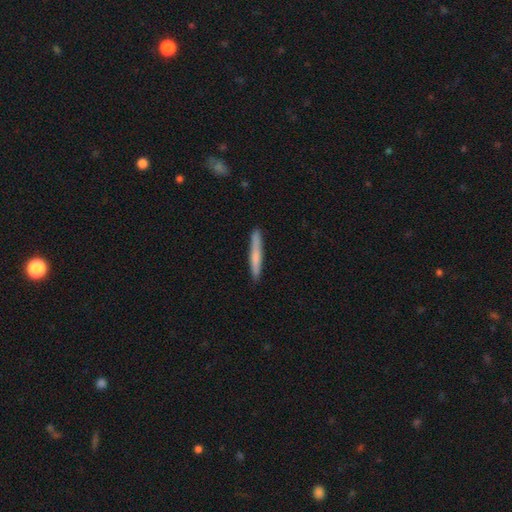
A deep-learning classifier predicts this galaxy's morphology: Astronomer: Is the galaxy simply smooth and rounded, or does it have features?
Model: smooth — 70%.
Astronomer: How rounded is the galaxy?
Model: cigar-shaped — 96%.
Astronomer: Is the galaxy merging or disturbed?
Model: none — 89%.